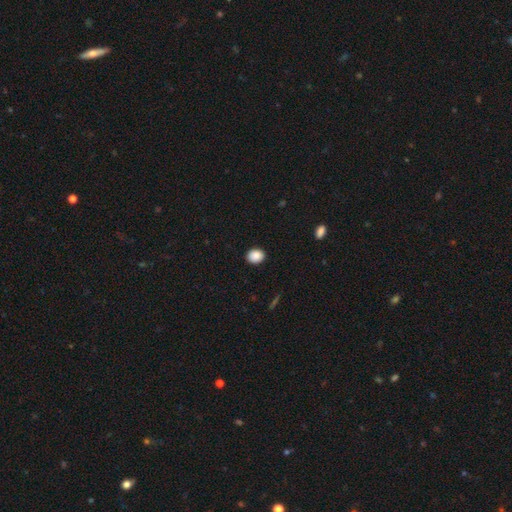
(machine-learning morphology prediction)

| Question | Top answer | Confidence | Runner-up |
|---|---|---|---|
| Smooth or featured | smooth | 88% | star or artifact (8%) |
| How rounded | round | 55% | in between (44%) |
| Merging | none | 90% | minor disturbance (7%) |